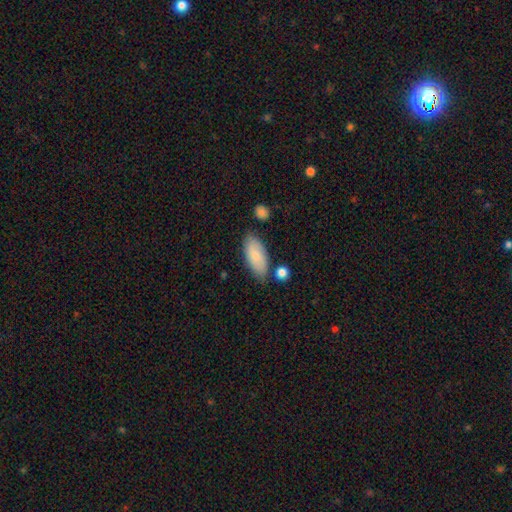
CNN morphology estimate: Smooth or featured?
  - smooth: 79% *
  - featured or disk: 15%
  - star or artifact: 6%
How rounded?
  - in between: 89% *
  - cigar-shaped: 9%
  - round: 2%
Merging?
  - none: 73% *
  - minor disturbance: 18%
  - merger: 5%
  - major disturbance: 3%